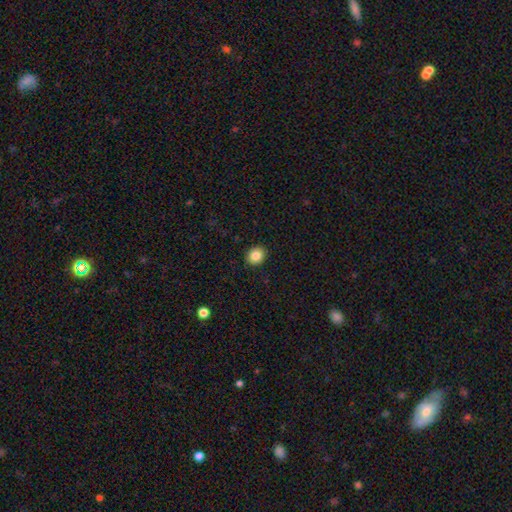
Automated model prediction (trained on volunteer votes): Smooth or featured?
  - smooth: 85% *
  - star or artifact: 9%
  - featured or disk: 6%
How rounded?
  - round: 64% *
  - in between: 35%
  - cigar-shaped: 1%
Merging?
  - none: 92% *
  - minor disturbance: 6%
  - major disturbance: 2%
  - merger: 1%